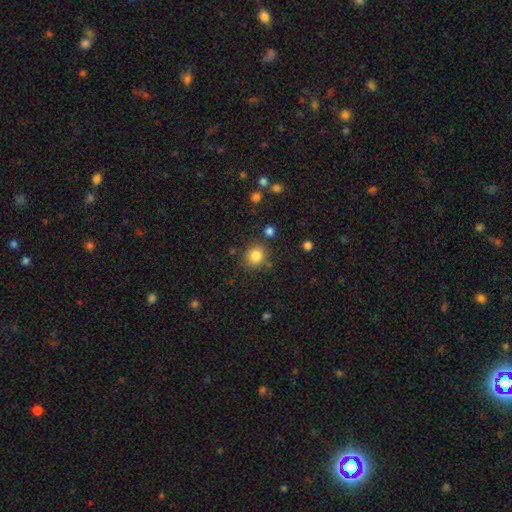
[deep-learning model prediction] Smooth or featured: smooth — 83% (star or artifact — 11%)
How rounded: round — 79% (in between — 20%)
Merging: none — 82% (minor disturbance — 10%)